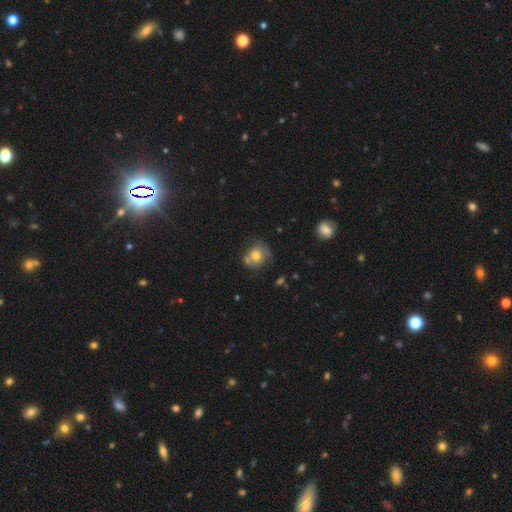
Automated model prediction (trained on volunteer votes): Q: Smooth or featured?
A: smooth (64%); runner-up: featured or disk (26%)
Q: How rounded?
A: round (78%); runner-up: in between (21%)
Q: Merging?
A: none (53%); runner-up: minor disturbance (22%)